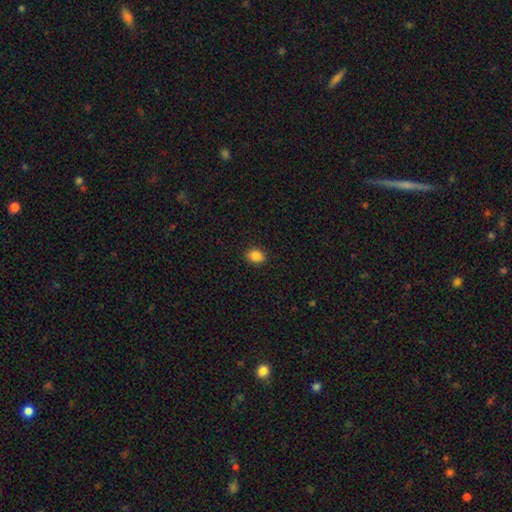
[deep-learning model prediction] Smooth or featured? smooth (86%)
How rounded? in between (58%)
Merging? none (90%)